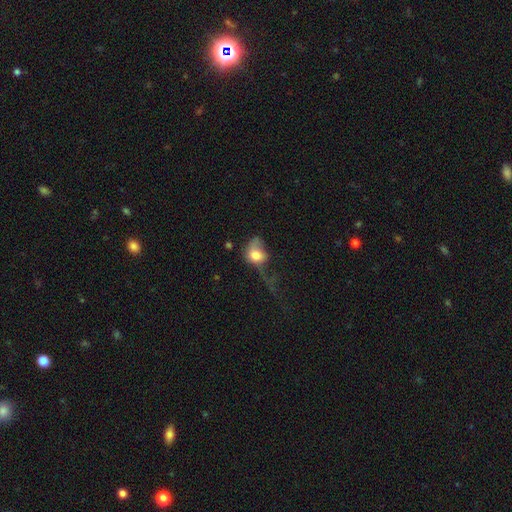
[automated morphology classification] Smooth or featured? smooth (69%)
How rounded? in between (62%)
Merging? major disturbance (59%)